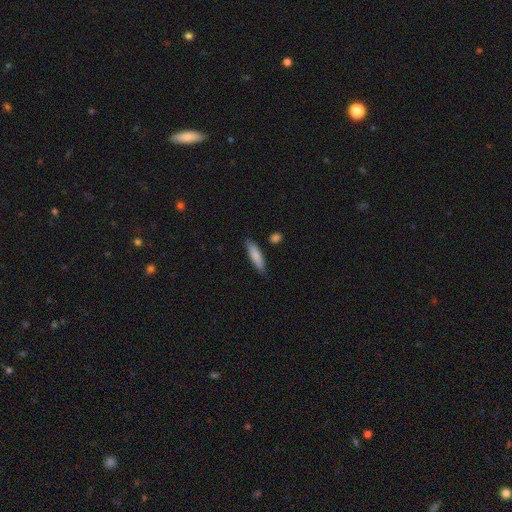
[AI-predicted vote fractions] The model was most divided on "how rounded": cigar-shaped: 67%, in between: 31%, round: 2%. More confident: merging — none (83%); smooth or featured — smooth (83%).